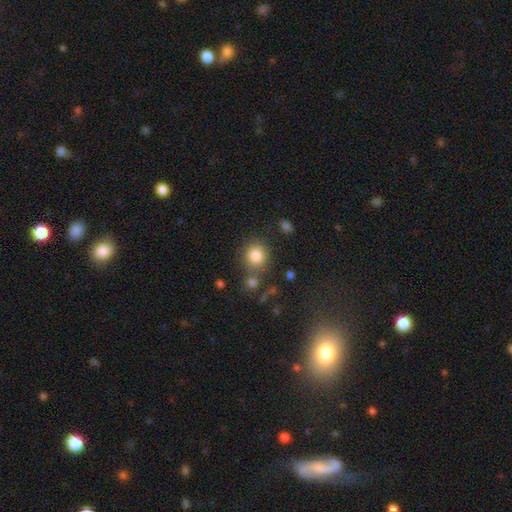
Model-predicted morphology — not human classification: Overall: smooth (82%). How rounded: round (86%). Merging: none (72%).